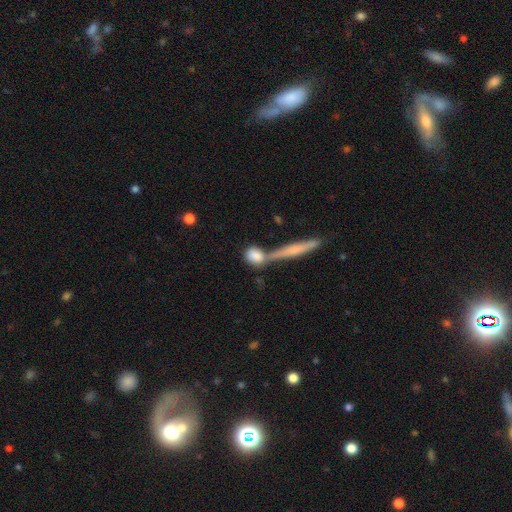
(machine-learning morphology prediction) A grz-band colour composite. It shows a smooth galaxy with no disk features (78%) that is round (53%). Merging: none (48%).